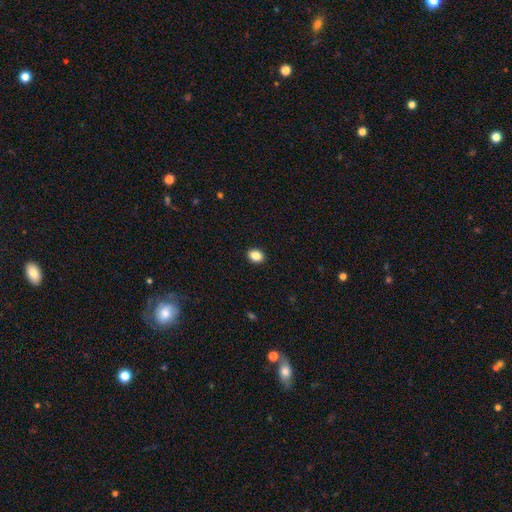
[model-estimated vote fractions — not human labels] smooth-or-featured: smooth: 86% | star or artifact: 10% | featured or disk: 4%
  how-rounded: in between: 57% | round: 42% | cigar-shaped: 1%
  merging: none: 91% | minor disturbance: 6% | major disturbance: 2% | merger: 1%